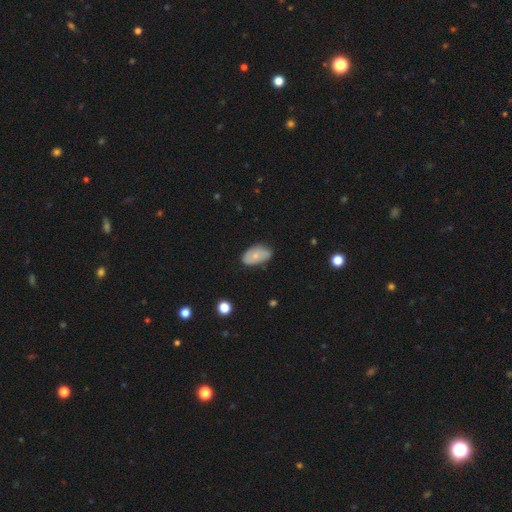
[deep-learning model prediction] The model was most divided on "smooth or featured": smooth: 63%, featured or disk: 30%, star or artifact: 7%. More confident: how rounded — in between (93%); merging — none (72%).